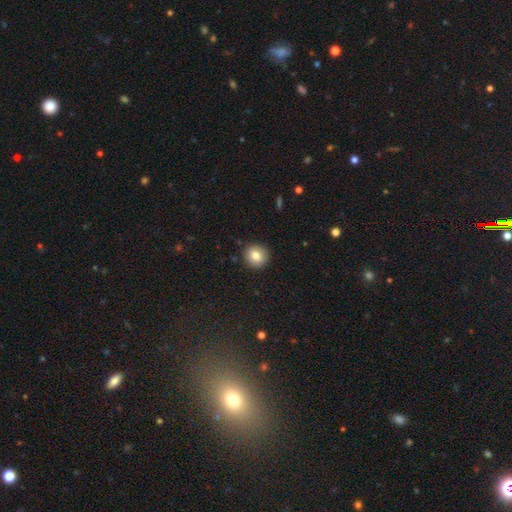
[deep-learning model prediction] A smooth galaxy with no disk features (81%) that is round (90%).

Vote fractions:
- Smooth or featured? smooth: 81% / star or artifact: 10% / featured or disk: 9%
- How rounded? round: 90% / in between: 9% / cigar-shaped: 1%
- Merging? none: 91% / minor disturbance: 6% / major disturbance: 2% / merger: 1%